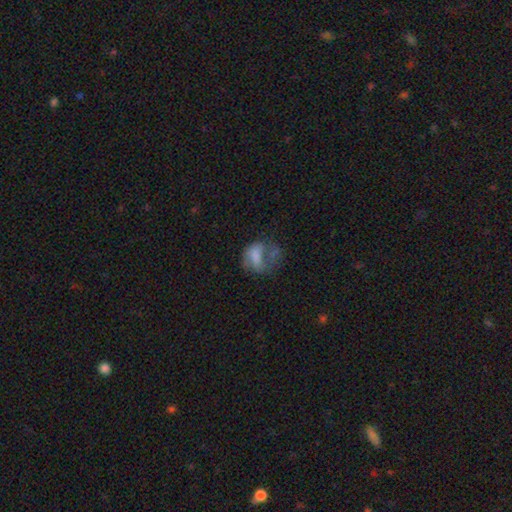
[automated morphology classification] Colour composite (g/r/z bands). It shows a smooth galaxy with no disk features (52%) that is in between round and cigar-shaped (64%). Merging: major disturbance (46%).